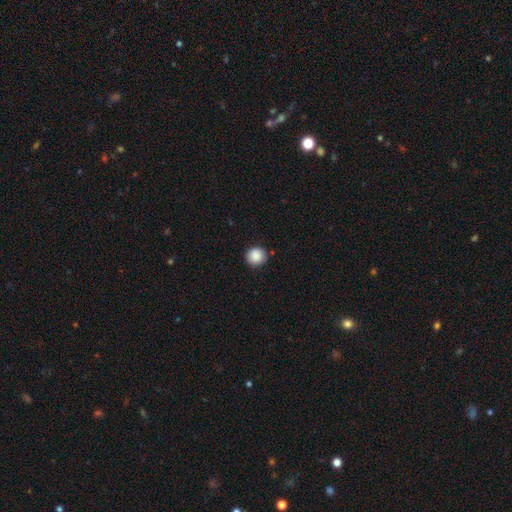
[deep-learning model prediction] Smooth or featured: smooth — 88% (star or artifact — 9%)
How rounded: round — 95% (in between — 4%)
Merging: none — 88% (minor disturbance — 9%)